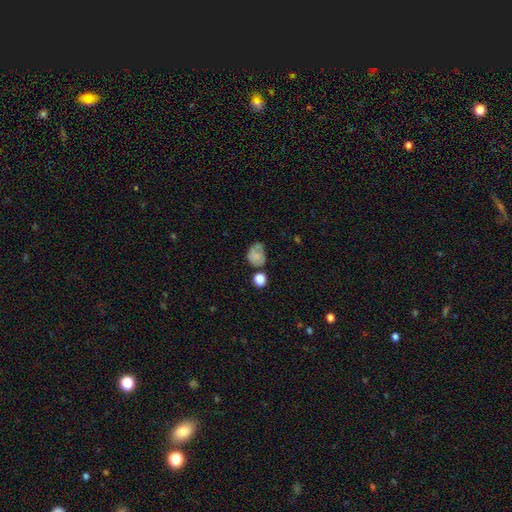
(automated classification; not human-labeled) A smooth galaxy with no disk features (69%) that is in between round and cigar-shaped (52%). Merging: none (38%).